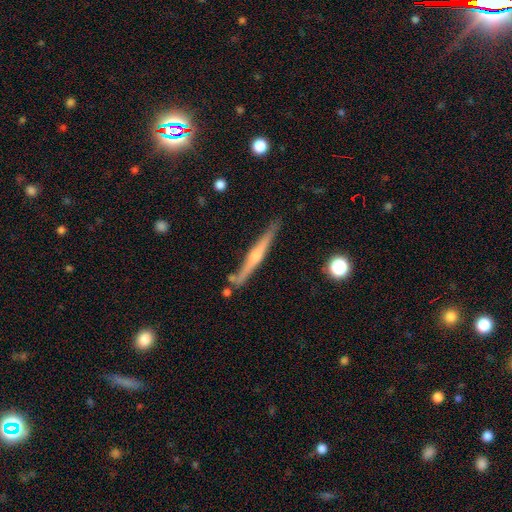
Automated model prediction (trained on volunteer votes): smooth-or-featured: featured or disk: 67% | smooth: 27% | star or artifact: 6%
  disk-edge-on: yes: 97% | no: 3%
    edge-on-bulge: rounded: 72% | none: 21% | boxy: 7%
  merging: none: 81% | minor disturbance: 12% | merger: 5% | major disturbance: 2%